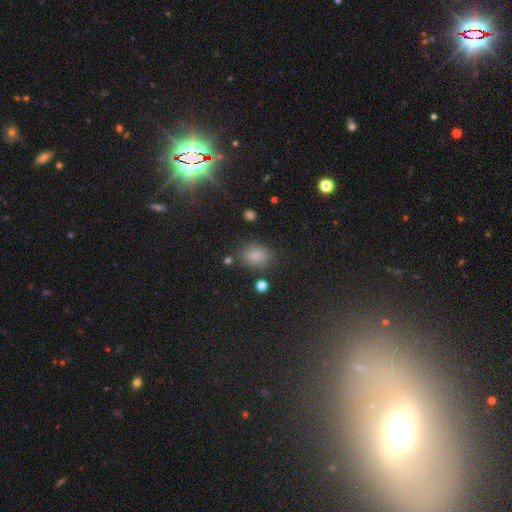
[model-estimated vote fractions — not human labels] This is clearly a smooth galaxy (81%). How rounded: likely in between (62%). Merging: likely none (77%).